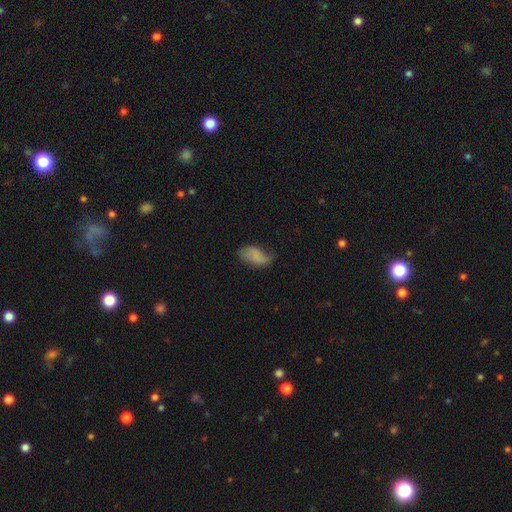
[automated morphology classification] This appears to be a smooth galaxy with no disk features (62%) that is in between round and cigar-shaped (93%). Merging: none (49%).